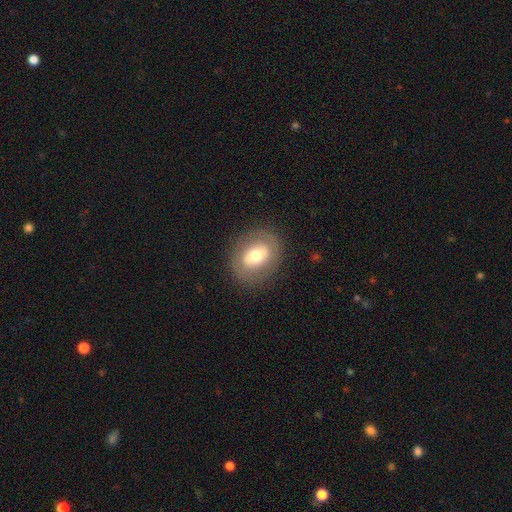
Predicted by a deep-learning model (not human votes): A smooth galaxy with no disk features (55%) that is in between round and cigar-shaped (53%).

Vote fractions:
- Smooth or featured? smooth: 55% / featured or disk: 37% / star or artifact: 8%
- How rounded? in between: 53% / round: 46% / cigar-shaped: 1%
- Merging? none: 84% / minor disturbance: 10% / major disturbance: 5% / merger: 1%